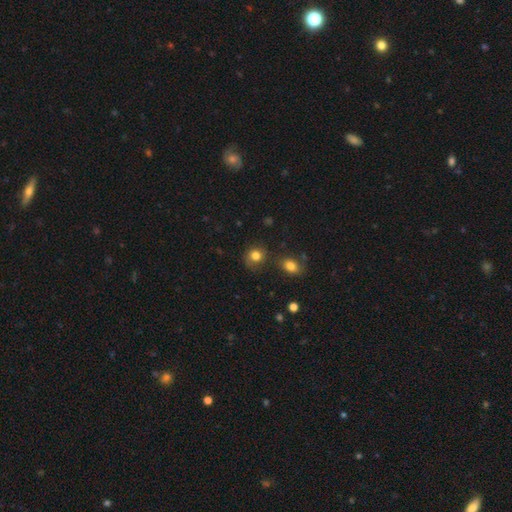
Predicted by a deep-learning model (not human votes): A smooth galaxy with no disk features (81%) that is round (75%).

Vote fractions:
- Smooth or featured? smooth: 81% / star or artifact: 11% / featured or disk: 8%
- How rounded? round: 75% / in between: 24% / cigar-shaped: 1%
- Merging? none: 68% / minor disturbance: 19% / major disturbance: 7% / merger: 6%